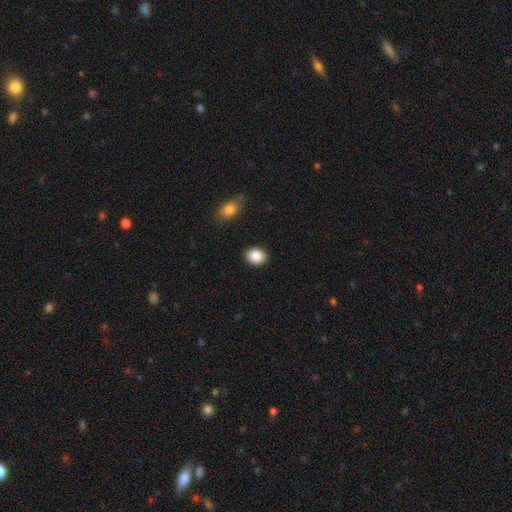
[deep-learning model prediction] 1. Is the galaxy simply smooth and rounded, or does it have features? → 88% smooth, 8% star or artifact, 4% featured or disk.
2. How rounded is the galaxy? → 55% in between, 44% round, 1% cigar-shaped.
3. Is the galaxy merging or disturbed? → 89% none, 7% minor disturbance, 2% major disturbance, 2% merger.